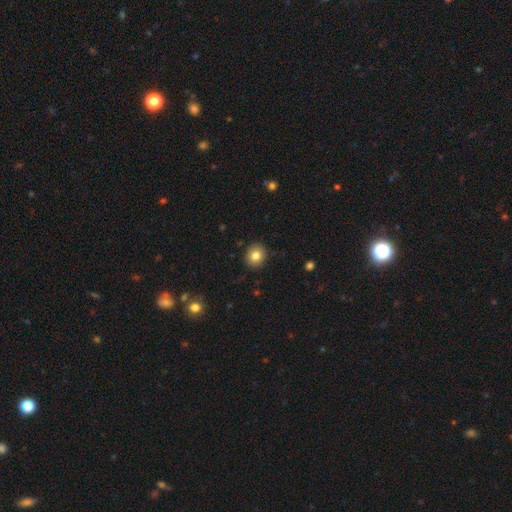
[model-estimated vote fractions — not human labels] The model was most divided on "how rounded": round: 79%, in between: 21%, cigar-shaped: 1%. More confident: merging — none (90%); smooth or featured — smooth (81%).